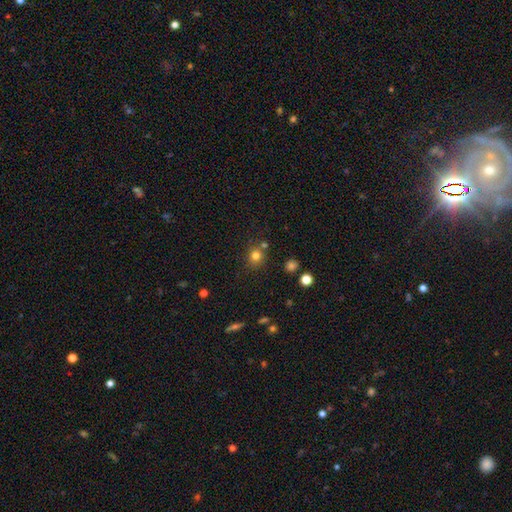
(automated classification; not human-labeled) Overall: smooth (78%). How rounded: round (83%). Merging: none (73%).